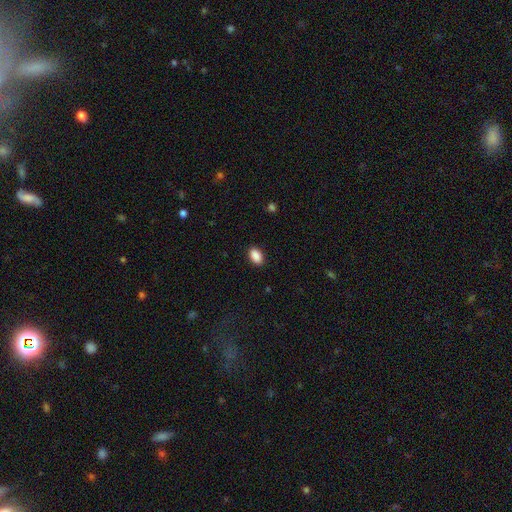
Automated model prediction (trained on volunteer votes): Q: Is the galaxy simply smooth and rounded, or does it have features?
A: smooth — 90%.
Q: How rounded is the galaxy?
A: in between — 90%.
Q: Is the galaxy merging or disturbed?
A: none — 88%.